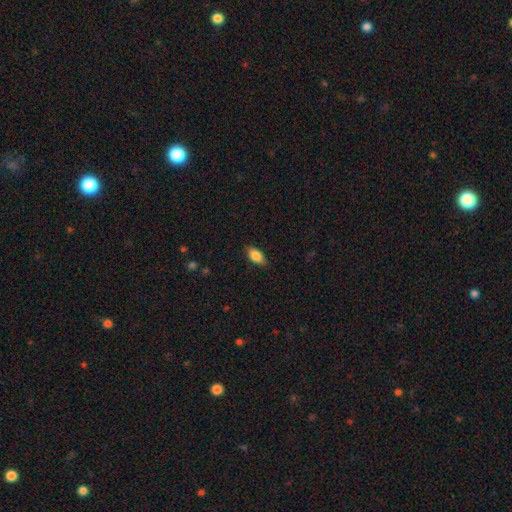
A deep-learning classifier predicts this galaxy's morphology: Smooth or featured? Predicted: smooth (p=0.82). How rounded? Predicted: in between (p=0.89). Merging? Predicted: none (p=0.85).